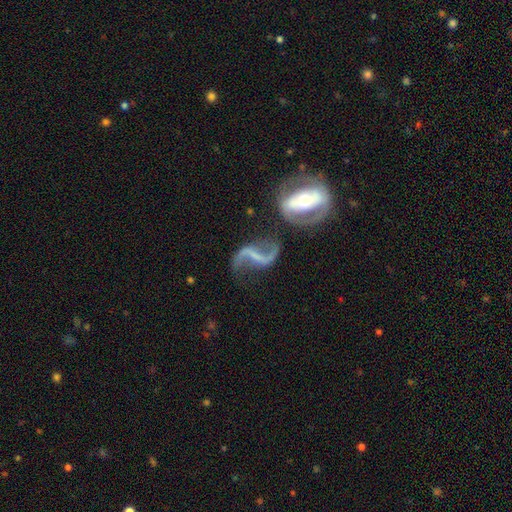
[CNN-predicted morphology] Q: Smooth or featured?
A: featured or disk (88%); runner-up: smooth (6%)
Q: Edge-on disk?
A: no (97%); runner-up: yes (3%)
Q: Bar?
A: strong (43%); runner-up: weak (35%)
Q: Spiral arms?
A: yes (94%); runner-up: no (6%)
Q: Spiral winding?
A: loose (86%); runner-up: medium (11%)
Q: Spiral arm count?
A: 2 (92%); runner-up: 1 (3%)
Q: Bulge size?
A: none (43%); runner-up: small (41%)
Q: Merging?
A: none (57%); runner-up: minor disturbance (16%)